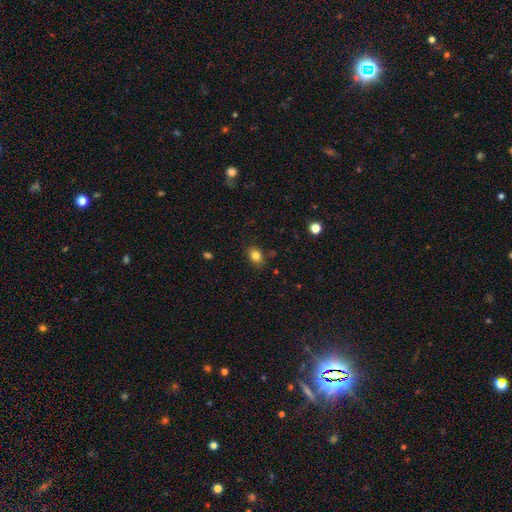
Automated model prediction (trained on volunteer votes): Overall: smooth (82%). How rounded: in between (60%; round 39%). Merging: none (83%).